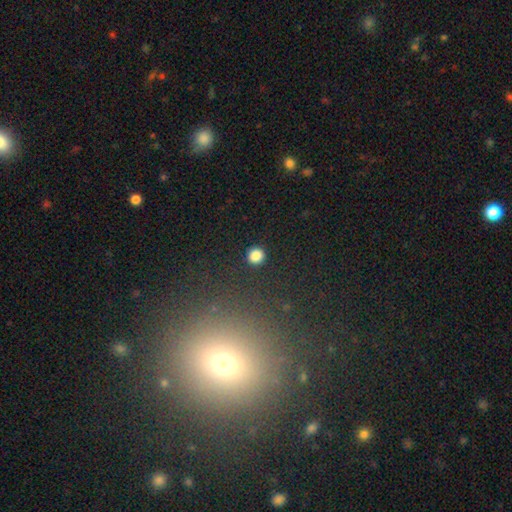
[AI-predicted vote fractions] Smooth or featured? smooth (85%)
How rounded? round (93%)
Merging? none (92%)